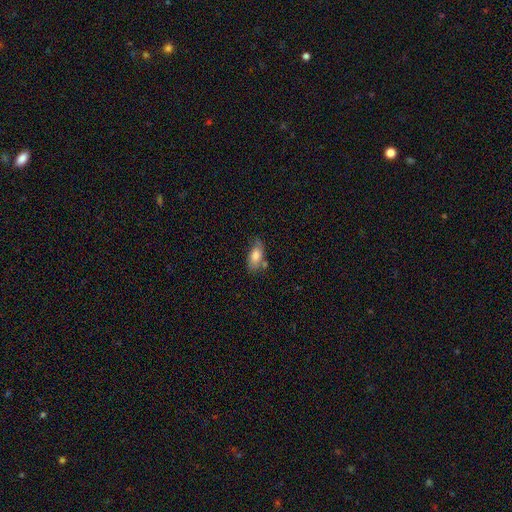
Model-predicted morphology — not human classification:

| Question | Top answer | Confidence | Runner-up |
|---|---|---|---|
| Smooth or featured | smooth | 76% | featured or disk (17%) |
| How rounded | in between | 87% | cigar-shaped (9%) |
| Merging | none | 53% | minor disturbance (27%) |